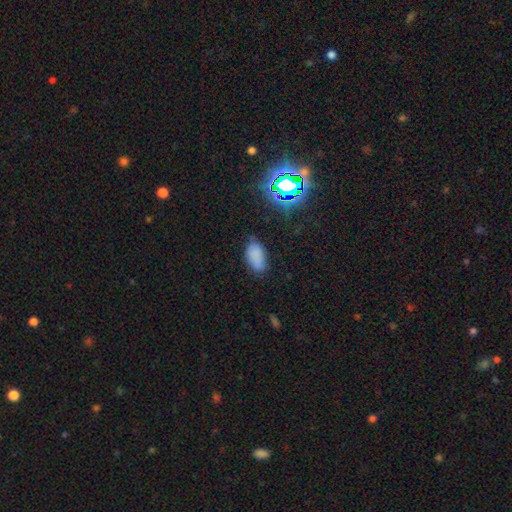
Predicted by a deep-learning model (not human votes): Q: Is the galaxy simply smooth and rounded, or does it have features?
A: smooth — 75%.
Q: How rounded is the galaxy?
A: in between — 93%.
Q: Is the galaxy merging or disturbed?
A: none — 71%.